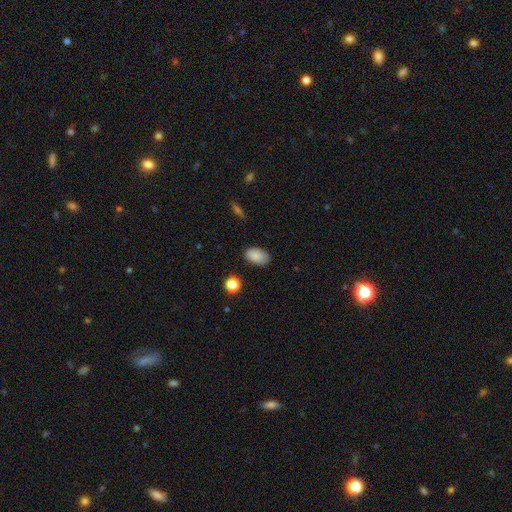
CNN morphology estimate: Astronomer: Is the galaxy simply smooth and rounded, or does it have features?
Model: smooth — 87%.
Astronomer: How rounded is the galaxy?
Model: in between — 92%.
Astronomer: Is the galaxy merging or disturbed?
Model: none — 83%.